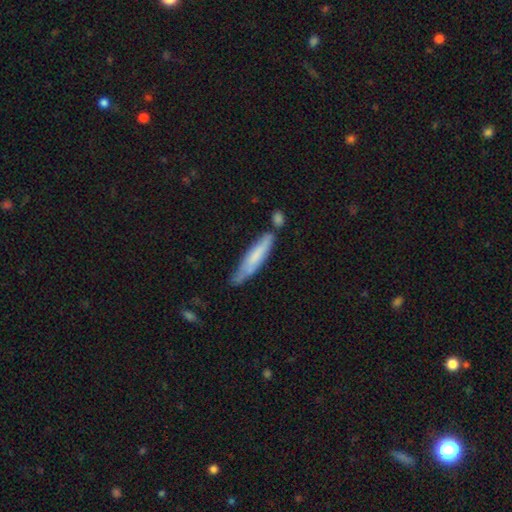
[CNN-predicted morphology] smooth_or_featured: smooth (p=0.64) [alt: featured or disk p=0.30]
how_rounded: cigar-shaped (p=0.85) [alt: in between p=0.14]
merging: none (p=0.55) [alt: minor disturbance p=0.28]